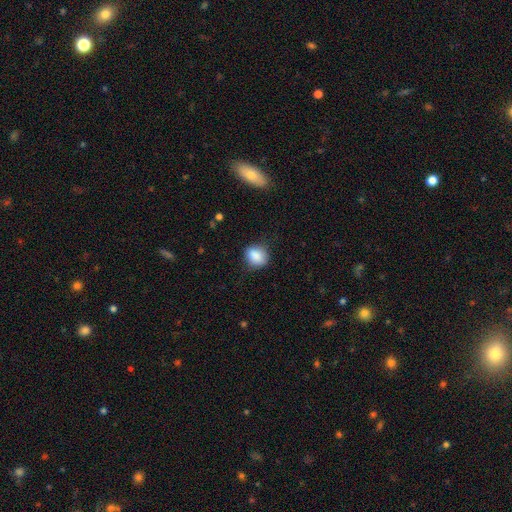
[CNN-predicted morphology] This is clearly a smooth galaxy (87%). How rounded: possibly round (60%). Merging: likely none (76%).